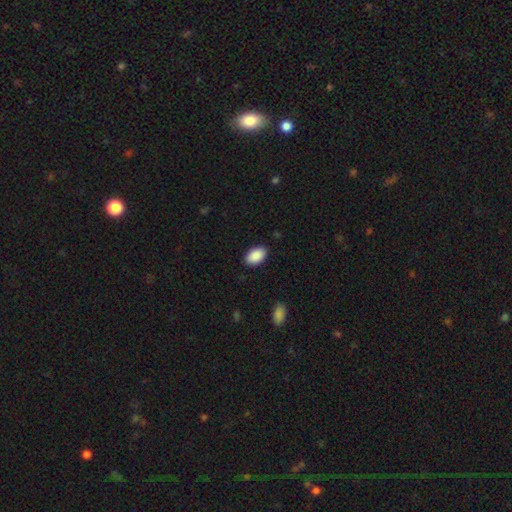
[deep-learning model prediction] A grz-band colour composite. It shows a smooth galaxy with no disk features (91%) that is in between round and cigar-shaped (92%). Merging: none (87%).